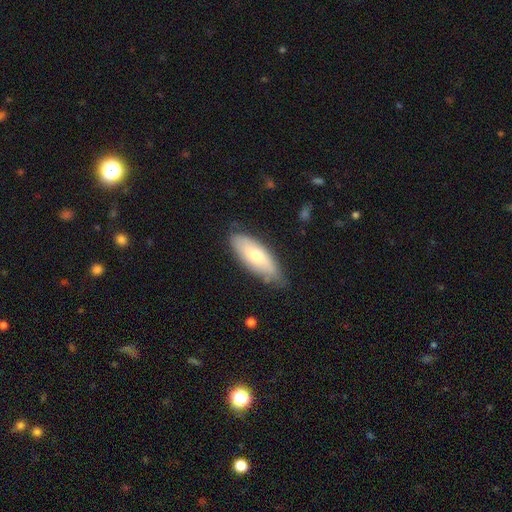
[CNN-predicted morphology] Smooth or featured: smooth — 65% (featured or disk — 29%)
How rounded: in between — 72% (cigar-shaped — 26%)
Merging: none — 76% (minor disturbance — 19%)